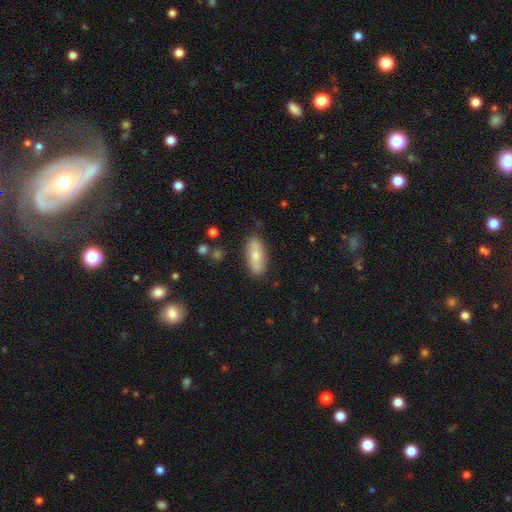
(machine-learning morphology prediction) smooth_or_featured: smooth (p=0.69) [alt: featured or disk p=0.25]
how_rounded: in between (p=0.70) [alt: cigar-shaped p=0.27]
merging: none (p=0.83) [alt: minor disturbance p=0.12]